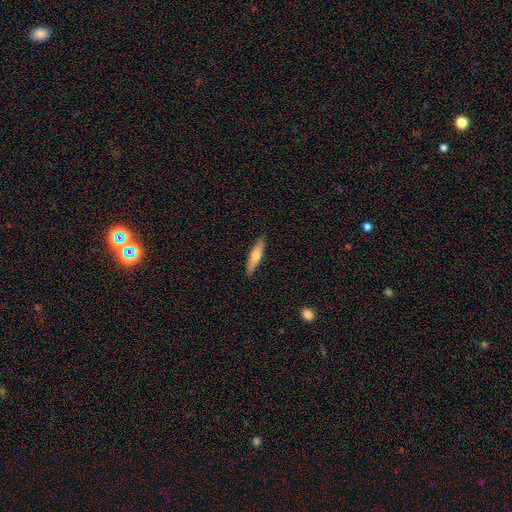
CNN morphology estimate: Smooth or featured: smooth — 61% (featured or disk — 34%)
How rounded: cigar-shaped — 75% (in between — 23%)
Merging: none — 90% (minor disturbance — 8%)